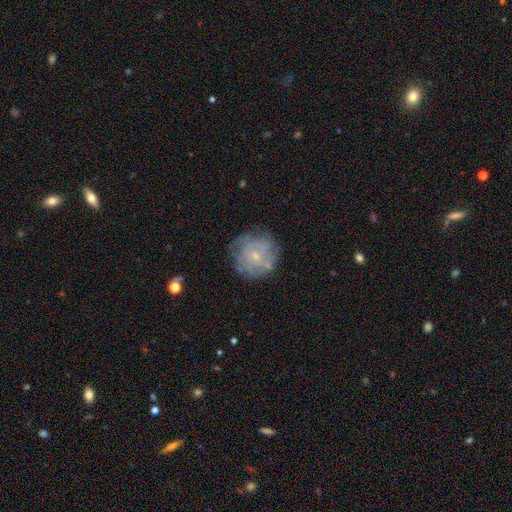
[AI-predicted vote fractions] Morphology: type=featured or disk (59%); edge-on=no (98%); bar=no (83%); spiral arms=yes (57%); bulge=small (77%); merging=none (71%).